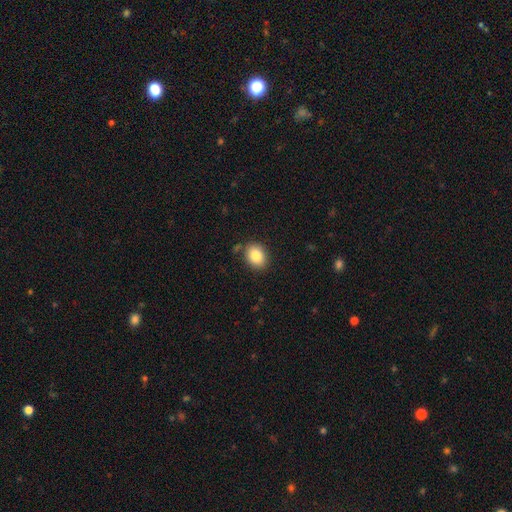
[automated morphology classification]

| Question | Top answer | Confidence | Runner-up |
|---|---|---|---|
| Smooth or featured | smooth | 84% | star or artifact (9%) |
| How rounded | in between | 54% | round (45%) |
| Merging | none | 85% | minor disturbance (10%) |